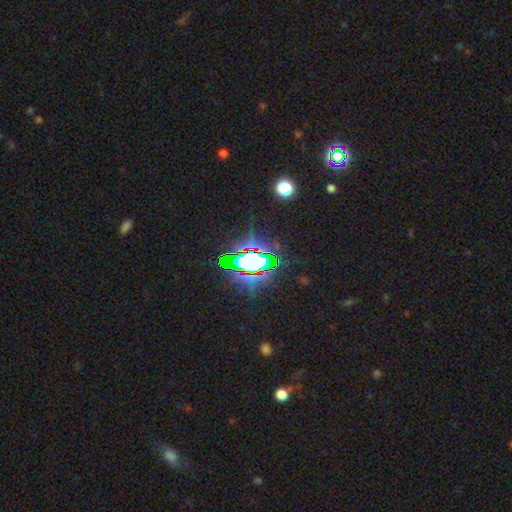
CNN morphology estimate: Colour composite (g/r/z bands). It shows a star or artifact, not a galaxy (82%).